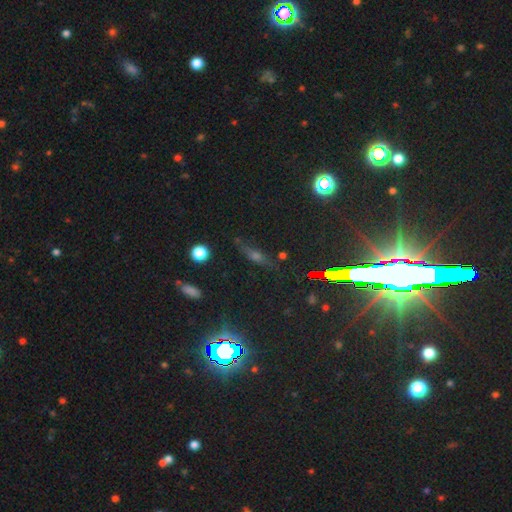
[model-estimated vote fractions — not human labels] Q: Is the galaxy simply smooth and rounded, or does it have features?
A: star or artifact — 39%.